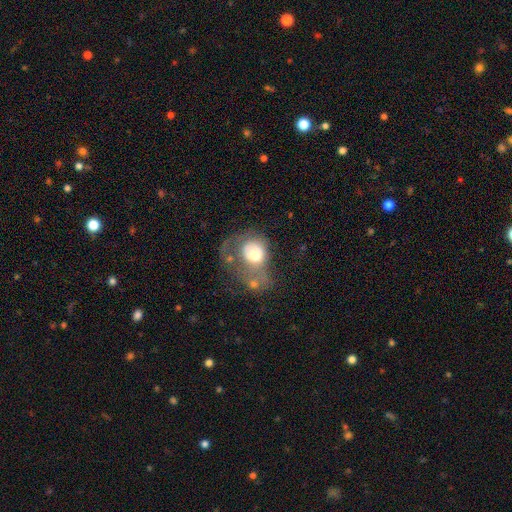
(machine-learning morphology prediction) This is possibly a smooth galaxy (52%). How rounded: likely round (63%). Merging: possibly major disturbance (48%).